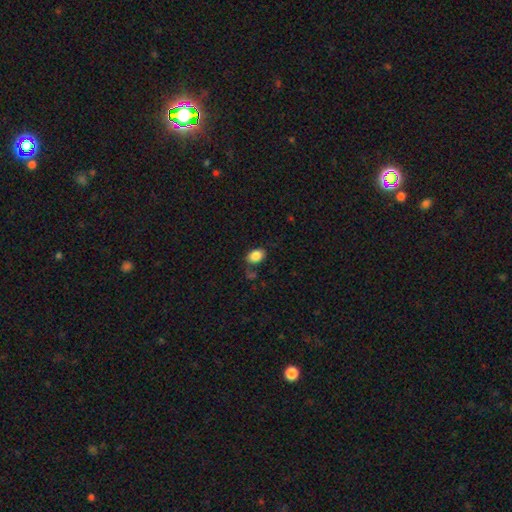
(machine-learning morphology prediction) Q: Smooth or featured?
A: smooth (86%); runner-up: star or artifact (8%)
Q: How rounded?
A: in between (80%); runner-up: round (19%)
Q: Merging?
A: none (74%); runner-up: minor disturbance (16%)